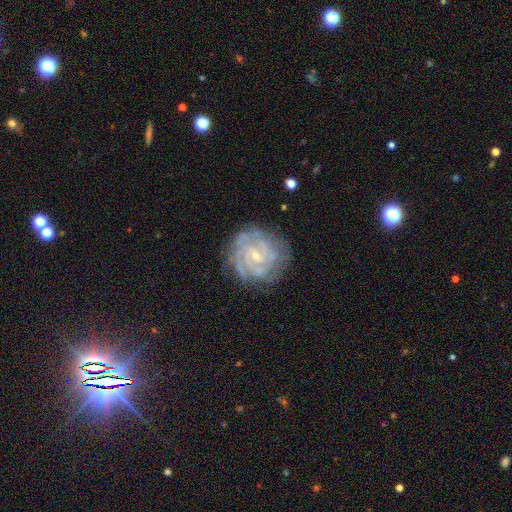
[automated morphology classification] smooth_or_featured: featured or disk (p=0.86) [alt: smooth p=0.08]
disk_edge_on: no (p=0.98) [alt: yes p=0.02]
bar: weak (p=0.46) [alt: no p=0.43]
has_spiral_arms: yes (p=0.96) [alt: no p=0.04]
spiral_winding: tight (p=0.74) [alt: medium p=0.22]
spiral_arm_count: can't tell (p=0.30) [alt: 3 p=0.22]
bulge_size: small (p=0.75) [alt: moderate p=0.19]
merging: none (p=0.74) [alt: minor disturbance p=0.17]